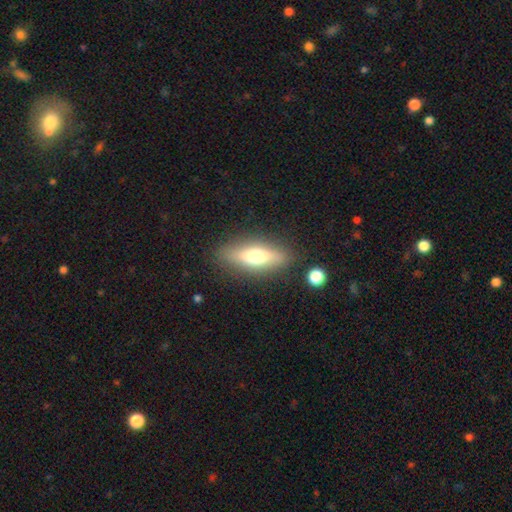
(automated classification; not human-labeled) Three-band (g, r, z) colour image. It shows a smooth galaxy with no disk features (55%) that is cigar-shaped (49%). Merging: none (84%).